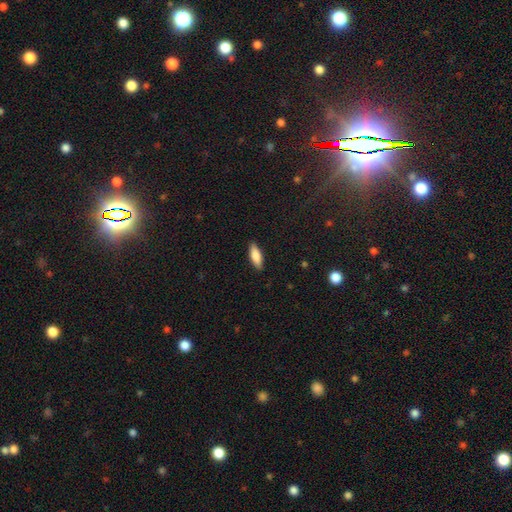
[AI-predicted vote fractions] A smooth galaxy with no disk features (83%) that is in between round and cigar-shaped (62%).

Vote fractions:
- Smooth or featured? smooth: 83% / featured or disk: 11% / star or artifact: 6%
- How rounded? in between: 62% / cigar-shaped: 36% / round: 2%
- Merging? none: 89% / minor disturbance: 8% / major disturbance: 2% / merger: 1%